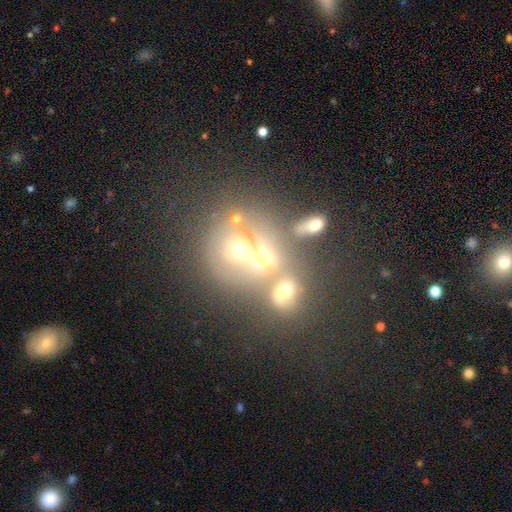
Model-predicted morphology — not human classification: A smooth galaxy with no disk features (42%).

Vote fractions:
- Smooth or featured? smooth: 42% / featured or disk: 33% / star or artifact: 25%
- Merging? merger: 56% / none: 29% / minor disturbance: 8% / major disturbance: 7%